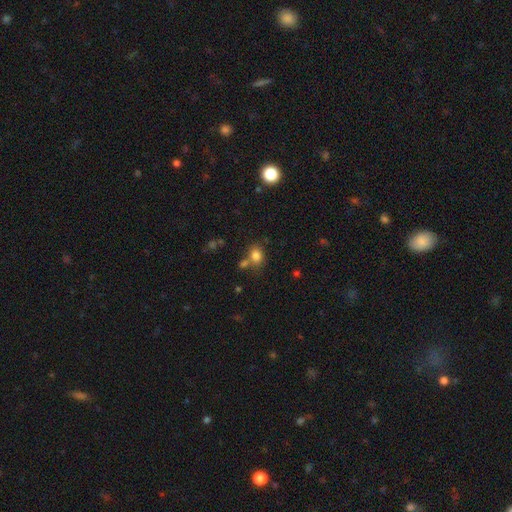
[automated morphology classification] smooth-or-featured: smooth: 80% | star or artifact: 12% | featured or disk: 8%
  how-rounded: in between: 56% | round: 42% | cigar-shaped: 1%
  merging: none: 60% | merger: 21% | minor disturbance: 14% | major disturbance: 5%